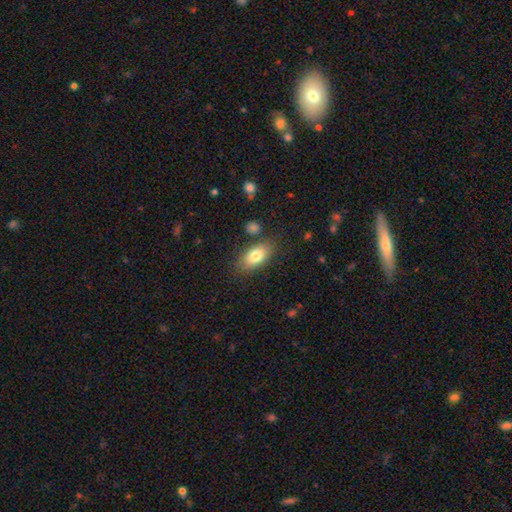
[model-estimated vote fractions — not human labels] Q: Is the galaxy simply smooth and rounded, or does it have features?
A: smooth — 80%.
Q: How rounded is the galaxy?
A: in between — 89%.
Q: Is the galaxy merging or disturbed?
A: none — 80%.